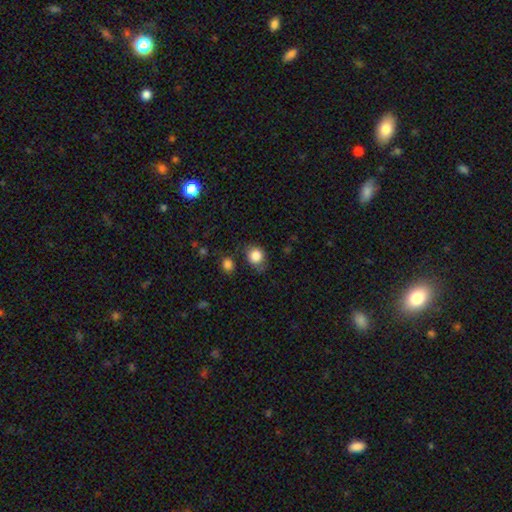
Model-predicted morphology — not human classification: type=smooth (85%); roundness=round (70%); merging=none (69%).